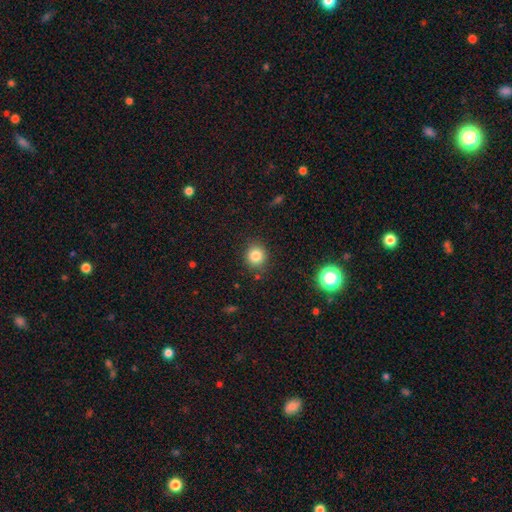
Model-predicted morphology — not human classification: This is clearly a smooth galaxy (83%). How rounded: clearly round (86%). Merging: clearly none (87%).